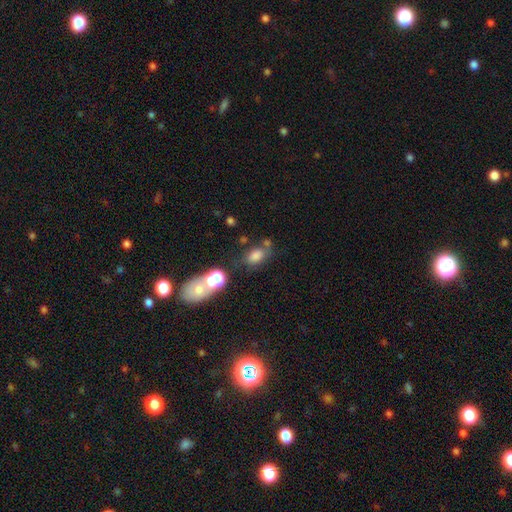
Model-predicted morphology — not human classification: This is likely a smooth galaxy (73%). How rounded: clearly in between (80%). Merging: possibly none (51%).